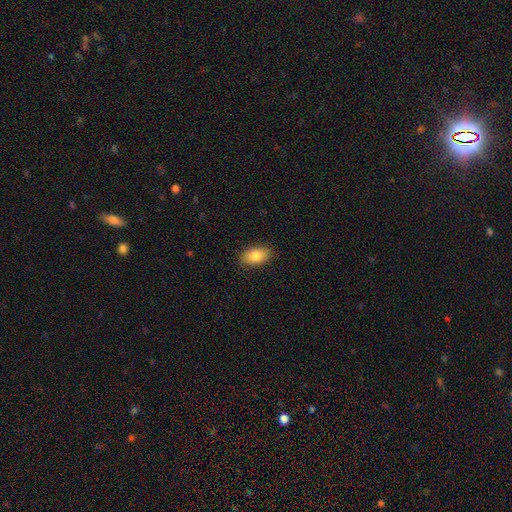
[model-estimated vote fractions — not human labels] The model was most divided on "smooth or featured": smooth: 84%, featured or disk: 9%, star or artifact: 7%. More confident: how rounded — in between (92%); merging — none (88%).